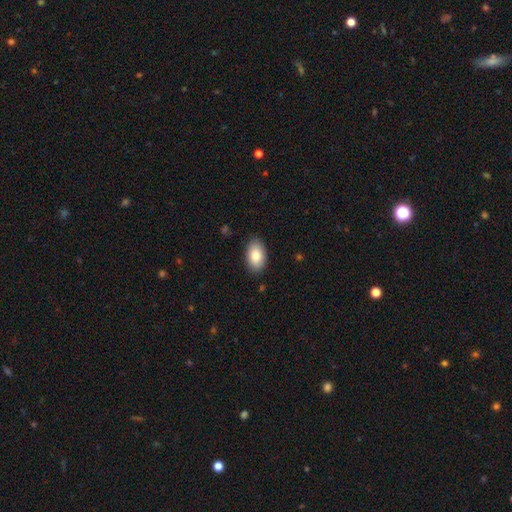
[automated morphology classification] Q: Smooth or featured?
A: smooth (84%); runner-up: featured or disk (9%)
Q: How rounded?
A: in between (93%); runner-up: round (6%)
Q: Merging?
A: none (88%); runner-up: minor disturbance (9%)